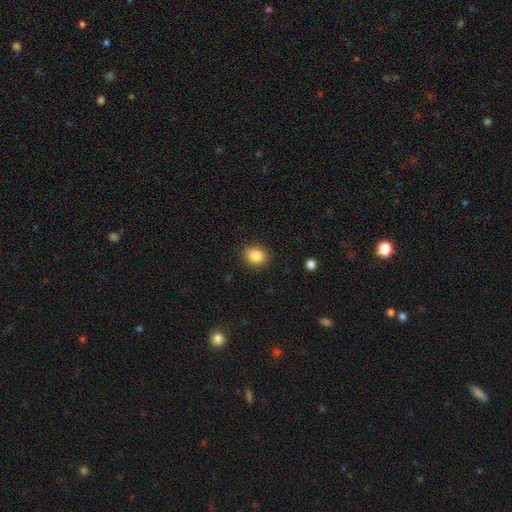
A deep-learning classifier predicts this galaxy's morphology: type=smooth (84%); roundness=round (61%); merging=none (84%).